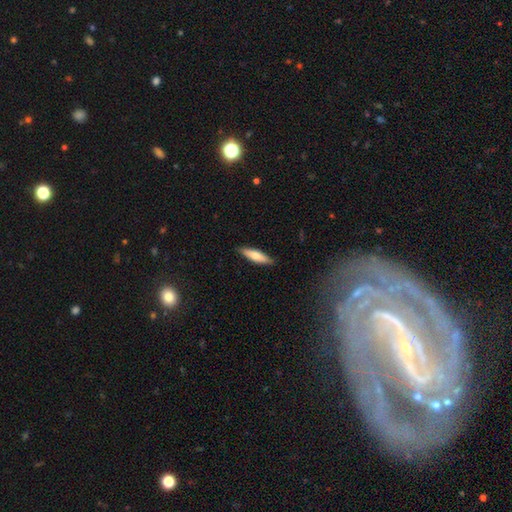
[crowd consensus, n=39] A smooth galaxy with no disk features (74%) that is cigar-shaped (69%). Merging: none (92%).